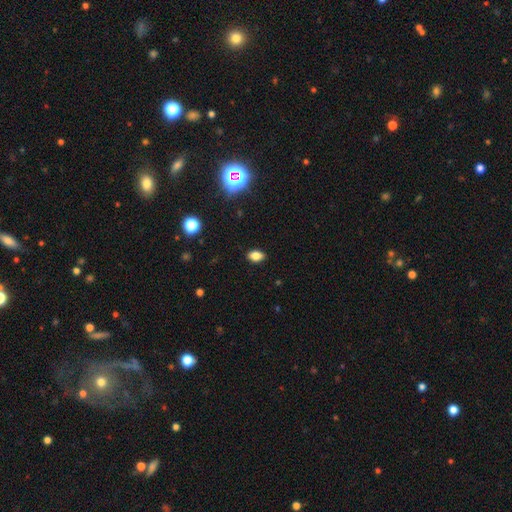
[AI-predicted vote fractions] Smooth or featured? Predicted: smooth (p=0.82). How rounded? Predicted: in between (p=0.84). Merging? Predicted: none (p=0.88).